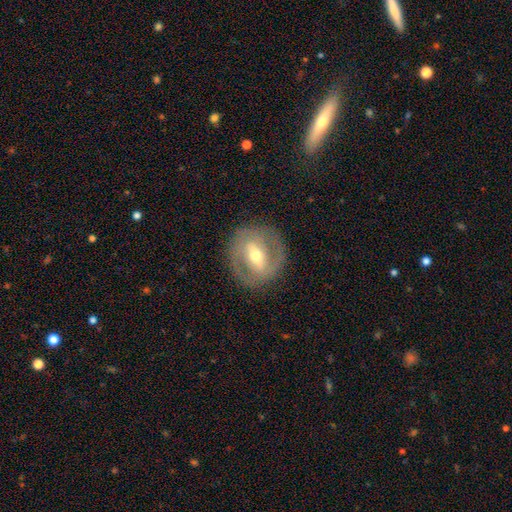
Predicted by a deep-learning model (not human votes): This is likely a featured or disk galaxy (74%). It is clearly not viewed edge-on (93%). Bar: possibly strong (49%). Spiral arm pattern: likely yes (63%). Central bulge: likely moderate (67%). Merging: clearly none (84%).